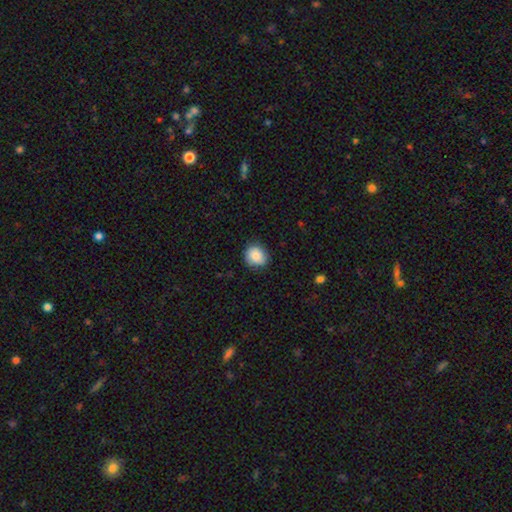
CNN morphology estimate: The model was most divided on "how rounded": round: 73%, in between: 27%, cigar-shaped: 1%. More confident: smooth or featured — smooth (87%); merging — none (82%).